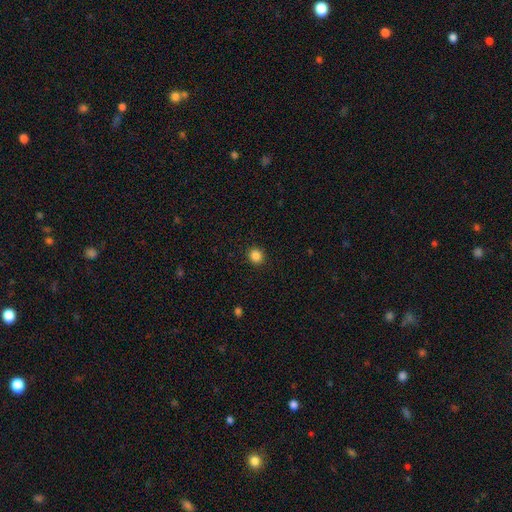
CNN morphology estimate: Smooth or featured?
  - smooth: 85% *
  - star or artifact: 11%
  - featured or disk: 3%
How rounded?
  - round: 85% *
  - in between: 14%
  - cigar-shaped: 1%
Merging?
  - none: 92% *
  - minor disturbance: 5%
  - major disturbance: 2%
  - merger: 1%